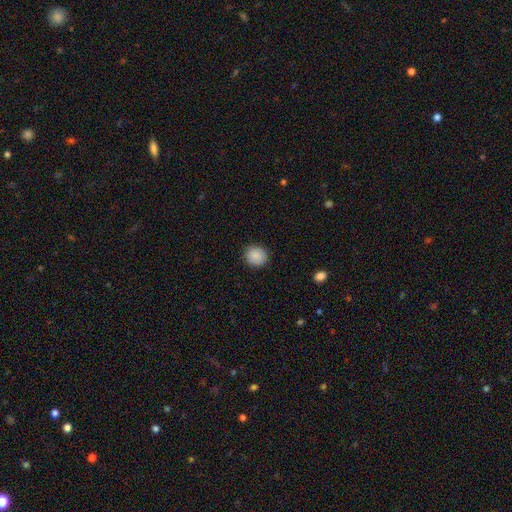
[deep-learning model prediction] Smooth or featured: smooth — 89% (star or artifact — 8%)
How rounded: round — 87% (in between — 12%)
Merging: none — 90% (minor disturbance — 7%)